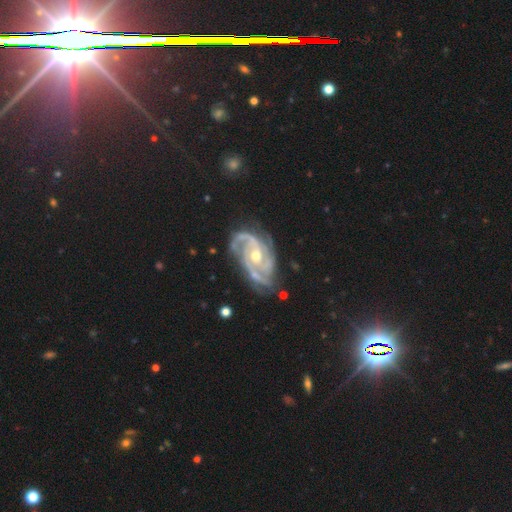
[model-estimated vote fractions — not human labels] Smooth or featured?
  - featured or disk: 93% *
  - star or artifact: 4%
  - smooth: 3%
Edge-on disk?
  - no: 97% *
  - yes: 3%
Bar?
  - no: 60% *
  - weak: 29%
  - strong: 11%
Spiral arms?
  - yes: 98% *
  - no: 2%
Spiral winding?
  - tight: 52% *
  - medium: 41%
  - loose: 7%
Spiral arm count?
  - 3: 48% *
  - 2: 24%
  - 4: 10%
  - can't tell: 9%
  - more than 4: 5%
  - 1: 5%
Bulge size?
  - moderate: 59% *
  - small: 37%
  - large: 2%
  - none: 1%
  - dominant: 1%
Merging?
  - none: 68% *
  - minor disturbance: 22%
  - major disturbance: 8%
  - merger: 2%